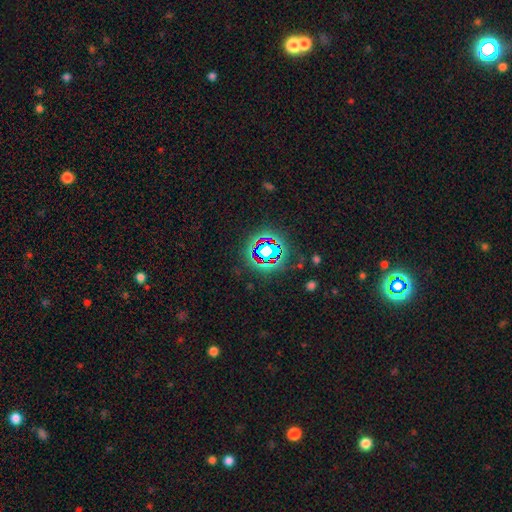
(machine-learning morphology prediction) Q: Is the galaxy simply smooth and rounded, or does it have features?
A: star or artifact — 74%.